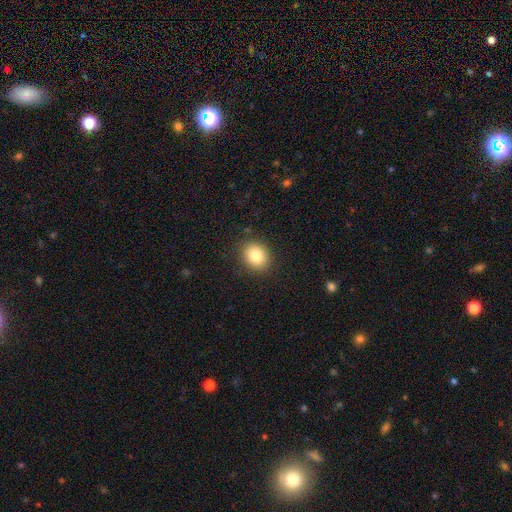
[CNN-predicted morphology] Q: Smooth or featured?
A: smooth (84%); runner-up: star or artifact (9%)
Q: How rounded?
A: round (61%); runner-up: in between (38%)
Q: Merging?
A: none (88%); runner-up: minor disturbance (8%)